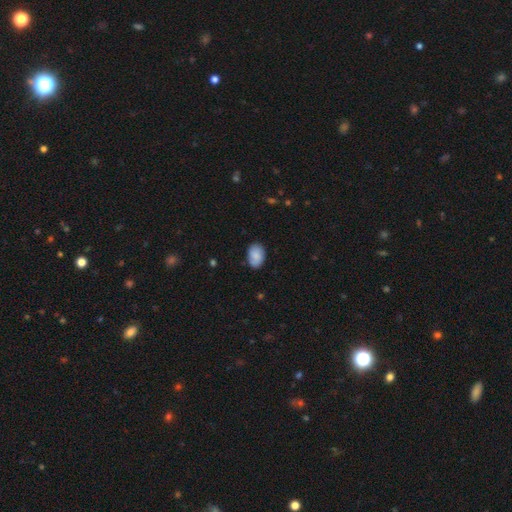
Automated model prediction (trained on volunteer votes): This appears to be a smooth galaxy with no disk features (86%) that is in between round and cigar-shaped (86%). Merging: none (78%).